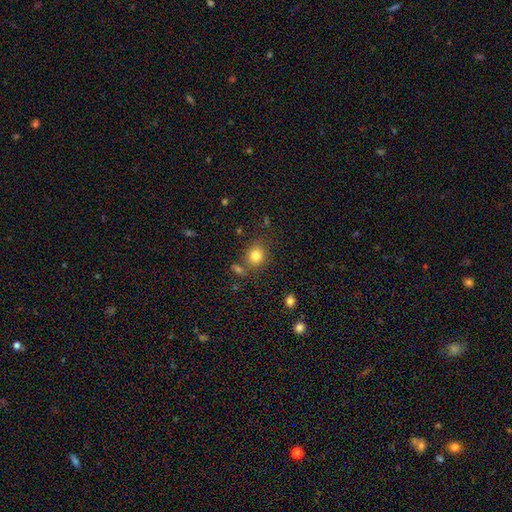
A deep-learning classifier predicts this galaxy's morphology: Smooth or featured? Predicted: smooth (p=0.81). How rounded? Predicted: round (p=0.74). Merging? Predicted: none (p=0.74).